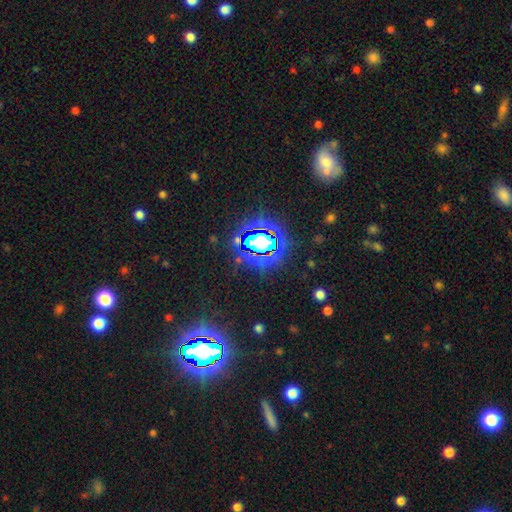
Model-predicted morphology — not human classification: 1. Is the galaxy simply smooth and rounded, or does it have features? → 82% star or artifact, 11% smooth, 7% featured or disk.